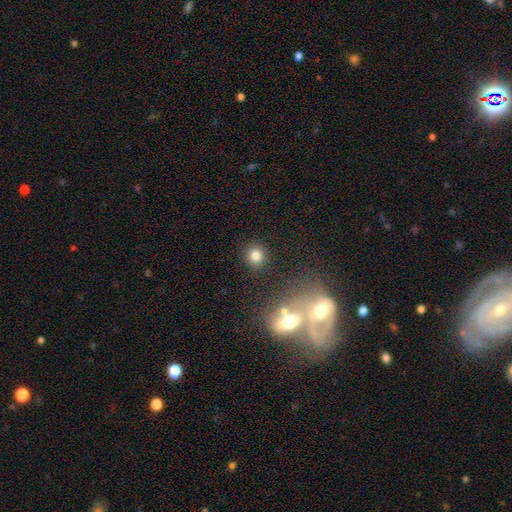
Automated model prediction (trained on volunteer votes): smooth 80%, star or artifact 14%, featured or disk 7%. Down the decision tree: how rounded — round (89%); merging — none (88%).